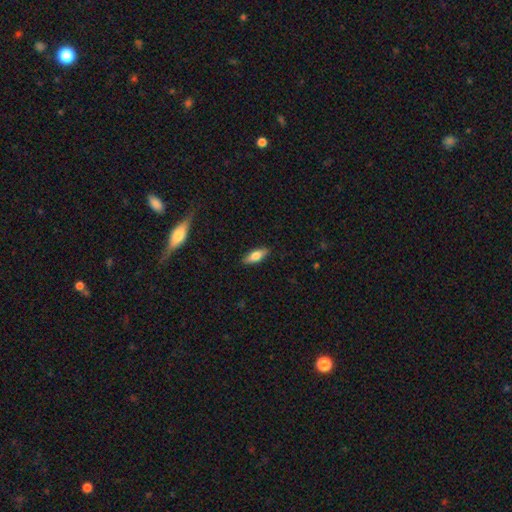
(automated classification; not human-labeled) The model was most divided on "how rounded": in between: 71%, cigar-shaped: 27%, round: 2%. More confident: merging — none (88%); smooth or featured — smooth (72%).